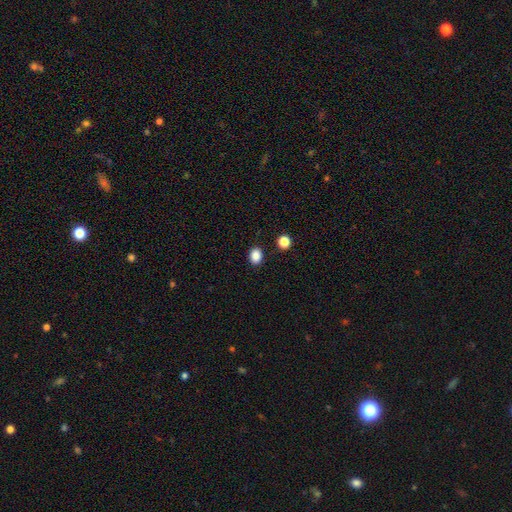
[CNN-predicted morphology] This appears to be a smooth galaxy with no disk features (87%) that is in between round and cigar-shaped (56%). Merging: none (88%).